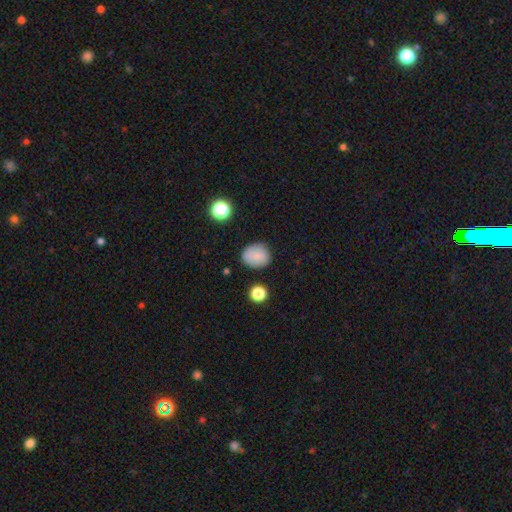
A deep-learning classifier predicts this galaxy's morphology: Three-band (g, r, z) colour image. It shows a smooth galaxy with no disk features (81%) that is round (72%). Merging: none (81%).